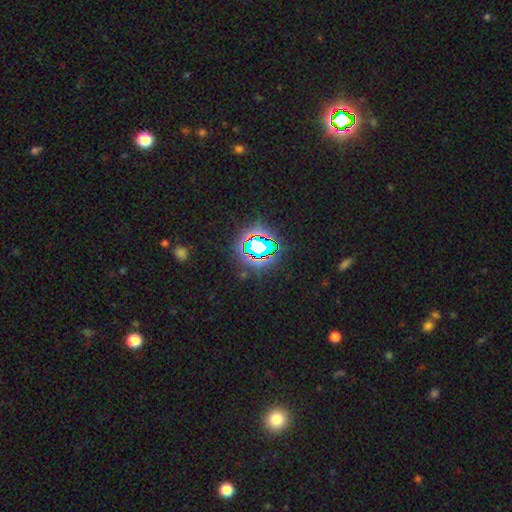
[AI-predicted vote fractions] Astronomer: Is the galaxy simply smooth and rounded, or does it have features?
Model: star or artifact — 80%.